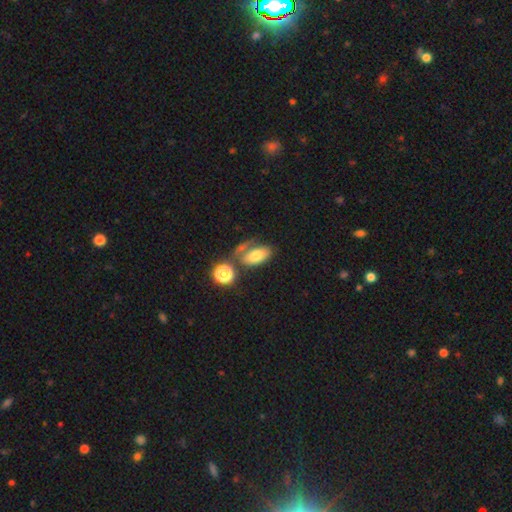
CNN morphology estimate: The model was most divided on "merging": none: 48%, merger: 25%, minor disturbance: 17%, major disturbance: 10%. More confident: how rounded — in between (87%); smooth or featured — smooth (69%).